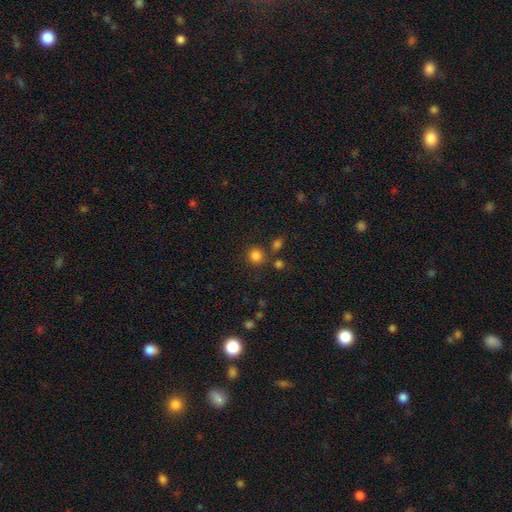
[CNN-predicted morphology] This is clearly a smooth galaxy (82%). How rounded: clearly round (86%). Merging: likely none (79%).